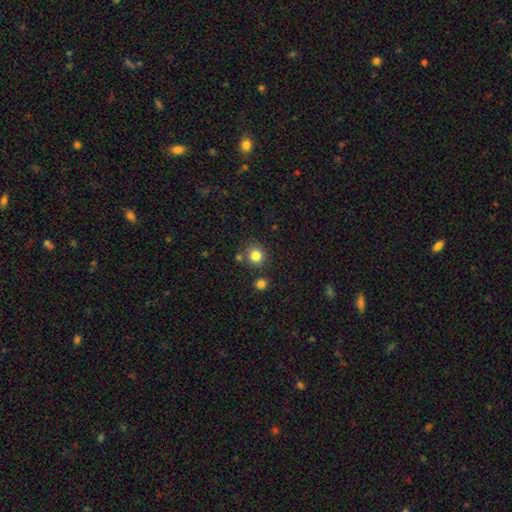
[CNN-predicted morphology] Overall: smooth (82%). How rounded: round (90%). Merging: none (78%).